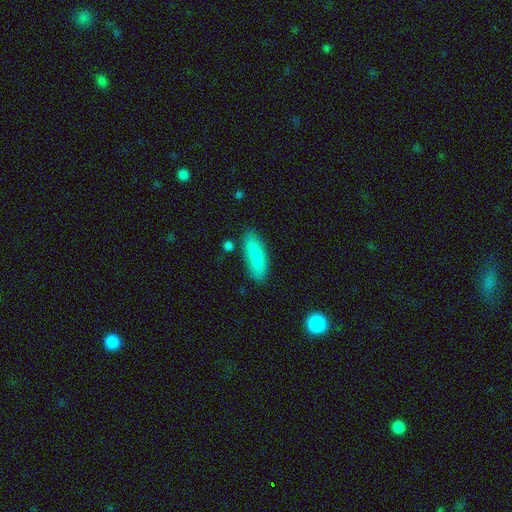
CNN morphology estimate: This is clearly a smooth galaxy (85%). How rounded: possibly cigar-shaped (51%). Merging: likely none (78%).